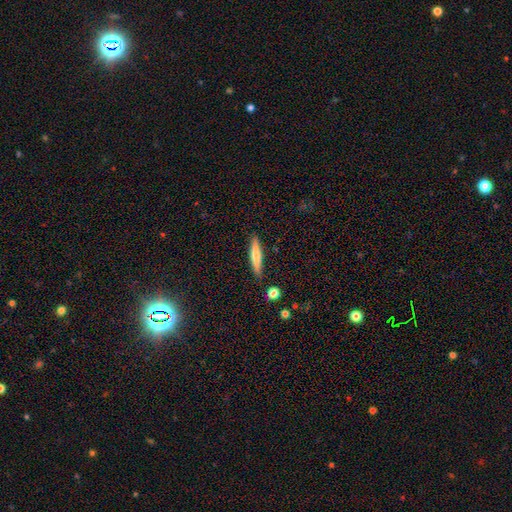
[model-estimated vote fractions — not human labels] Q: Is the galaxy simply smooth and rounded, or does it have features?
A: smooth — 65%.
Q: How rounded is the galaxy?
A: cigar-shaped — 89%.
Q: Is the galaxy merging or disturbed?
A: none — 86%.